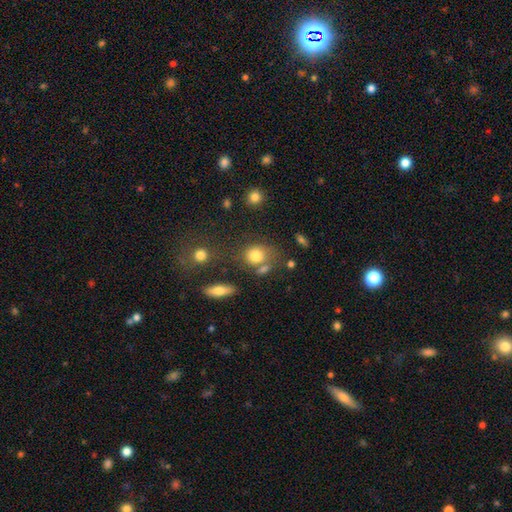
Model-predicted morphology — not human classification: Smooth or featured: smooth — 78% (featured or disk — 11%)
How rounded: round — 61% (in between — 37%)
Merging: none — 54% (merger — 20%)